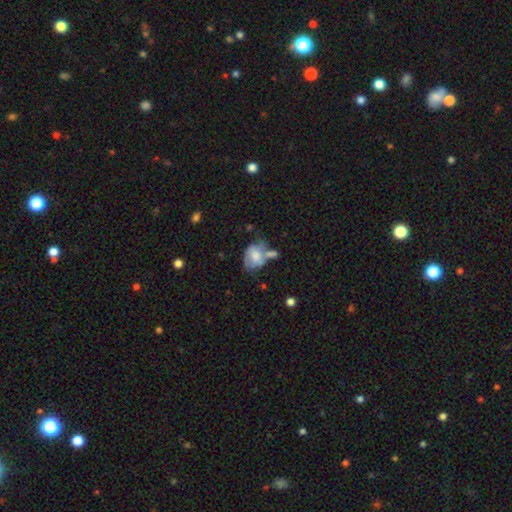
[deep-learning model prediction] A smooth galaxy with no disk features (56%) that is in between round and cigar-shaped (68%).

Vote fractions:
- Smooth or featured? smooth: 56% / featured or disk: 36% / star or artifact: 8%
- How rounded? in between: 68% / round: 31% / cigar-shaped: 1%
- Merging? none: 29% / merger: 28% / minor disturbance: 26% / major disturbance: 16%